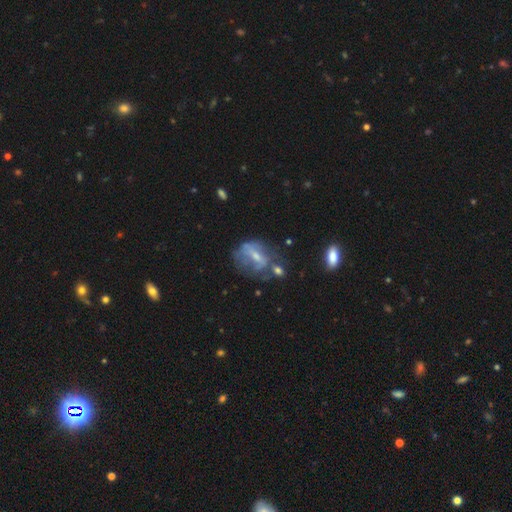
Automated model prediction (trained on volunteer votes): smooth-or-featured: featured or disk: 59% | smooth: 30% | star or artifact: 11%
  disk-edge-on: no: 94% | yes: 6%
    bar: weak: 42% | no: 38% | strong: 21%
    has-spiral-arms: no: 60% | yes: 40%
    bulge-size: small: 48% | moderate: 34% | none: 14% | large: 3% | dominant: 1%
  merging: none: 35% | major disturbance: 27% | minor disturbance: 23% | merger: 15%